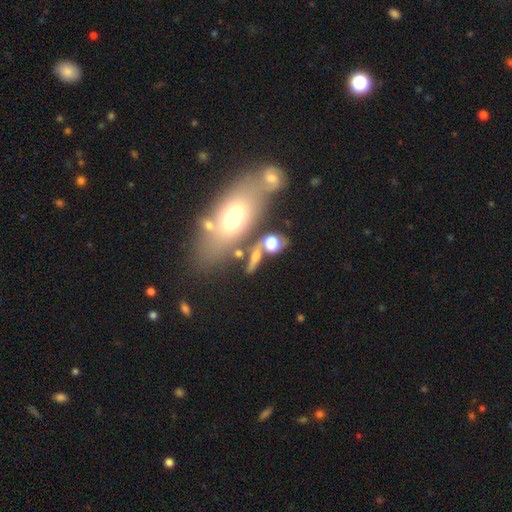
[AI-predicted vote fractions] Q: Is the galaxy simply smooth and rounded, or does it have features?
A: smooth — 50%.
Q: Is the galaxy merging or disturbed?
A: none — 47%.